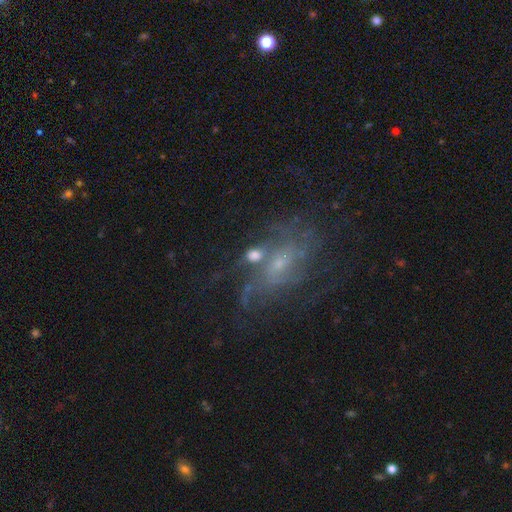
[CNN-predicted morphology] Q: Smooth or featured?
A: featured or disk (72%); runner-up: smooth (14%)
Q: Edge-on disk?
A: no (95%); runner-up: yes (5%)
Q: Bar?
A: no (53%); runner-up: weak (37%)
Q: Spiral arms?
A: yes (80%); runner-up: no (20%)
Q: Spiral winding?
A: medium (41%); runner-up: tight (30%)
Q: Spiral arm count?
A: can't tell (42%); runner-up: 3 (16%)
Q: Bulge size?
A: small (68%); runner-up: moderate (22%)
Q: Merging?
A: none (46%); runner-up: major disturbance (22%)